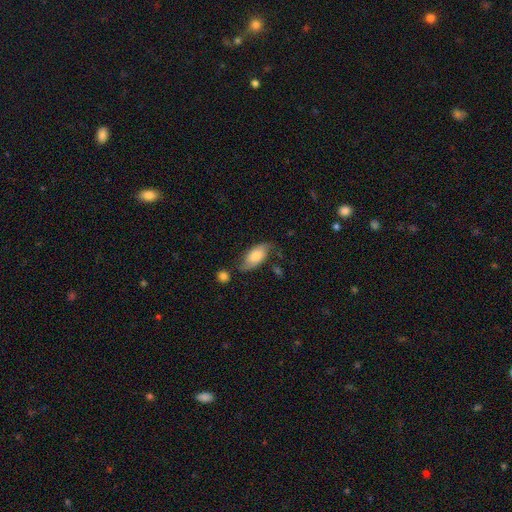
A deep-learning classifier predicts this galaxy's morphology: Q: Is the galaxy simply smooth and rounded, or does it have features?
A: smooth — 55%.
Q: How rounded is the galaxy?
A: in between — 90%.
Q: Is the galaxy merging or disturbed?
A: none — 59%.